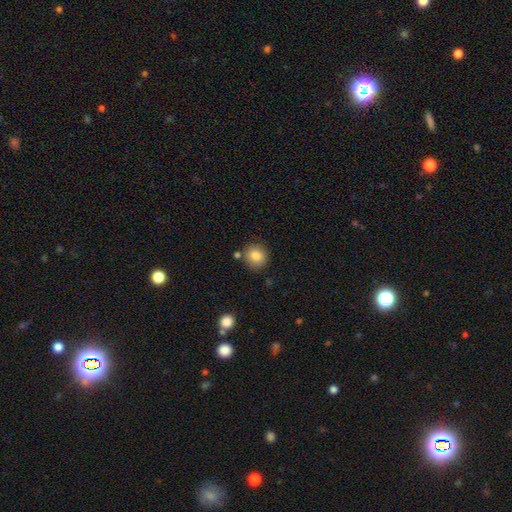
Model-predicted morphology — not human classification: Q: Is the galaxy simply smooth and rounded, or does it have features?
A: smooth — 83%.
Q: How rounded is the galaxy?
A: round — 87%.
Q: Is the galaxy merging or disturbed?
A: none — 82%.